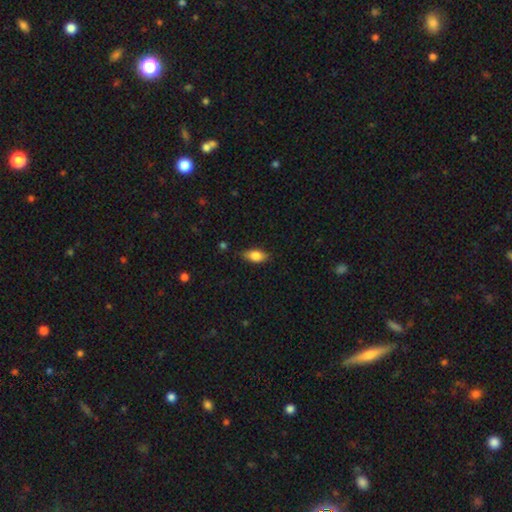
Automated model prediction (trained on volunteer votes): Smooth or featured? Predicted: smooth (p=0.79). How rounded? Predicted: in between (p=0.86). Merging? Predicted: none (p=0.80).